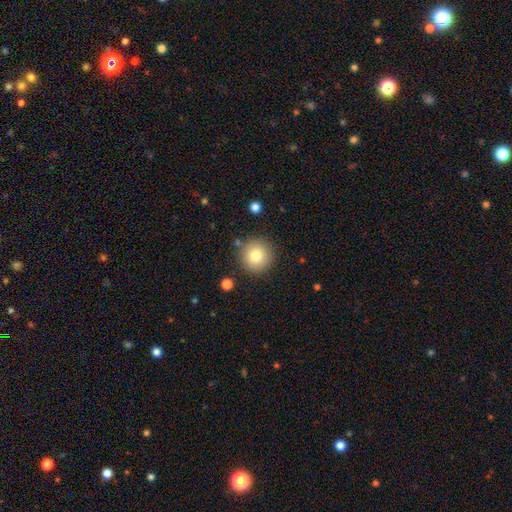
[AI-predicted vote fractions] The model was most divided on "smooth or featured": smooth: 79%, star or artifact: 10%, featured or disk: 10%. More confident: how rounded — round (95%); merging — none (86%).